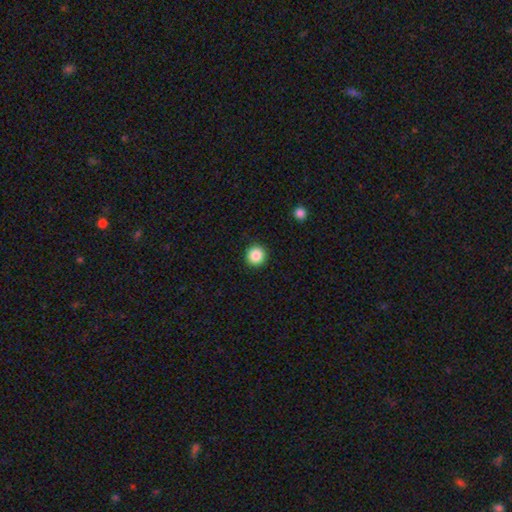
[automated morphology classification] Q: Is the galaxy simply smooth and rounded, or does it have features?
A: smooth — 86%.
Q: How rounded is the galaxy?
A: round — 94%.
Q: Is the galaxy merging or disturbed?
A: none — 92%.